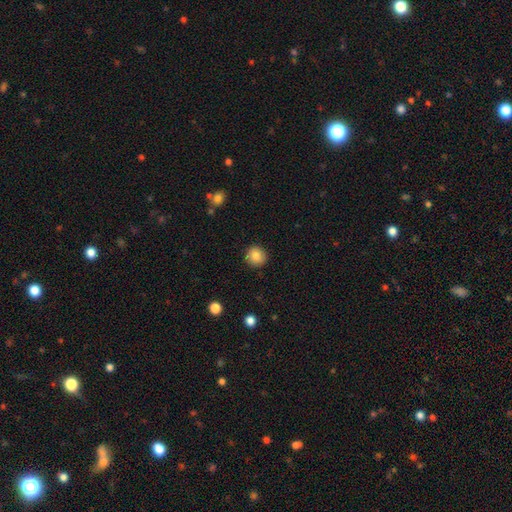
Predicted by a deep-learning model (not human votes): smooth-or-featured: smooth: 84% | star or artifact: 9% | featured or disk: 7%
  how-rounded: round: 91% | in between: 8% | cigar-shaped: 1%
  merging: none: 89% | minor disturbance: 8% | major disturbance: 2% | merger: 1%